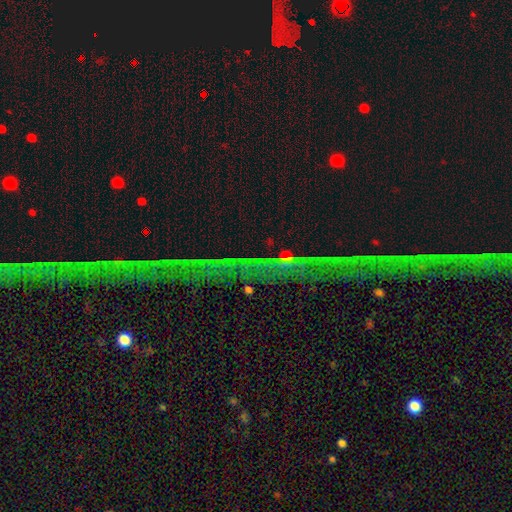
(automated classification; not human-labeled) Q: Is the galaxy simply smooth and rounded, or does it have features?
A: star or artifact — 71%.